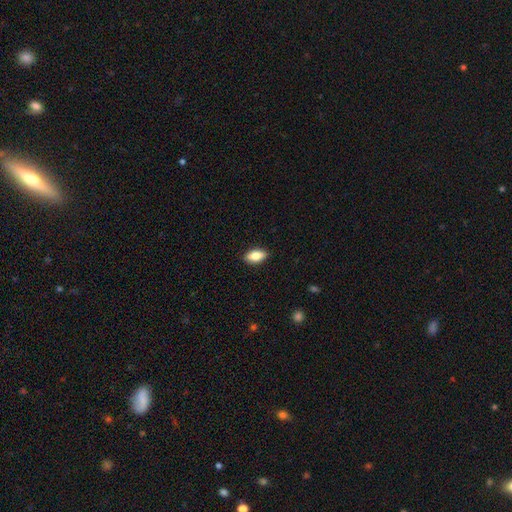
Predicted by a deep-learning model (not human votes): smooth 81%, featured or disk 12%, star or artifact 7%. Down the decision tree: how rounded — in between (89%); merging — none (89%).